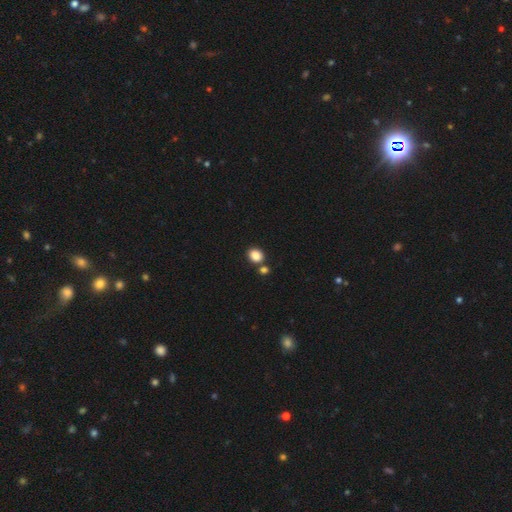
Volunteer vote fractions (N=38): Overall: smooth (95%). How rounded: round (53%; in between 47%). Merging: none (65%).